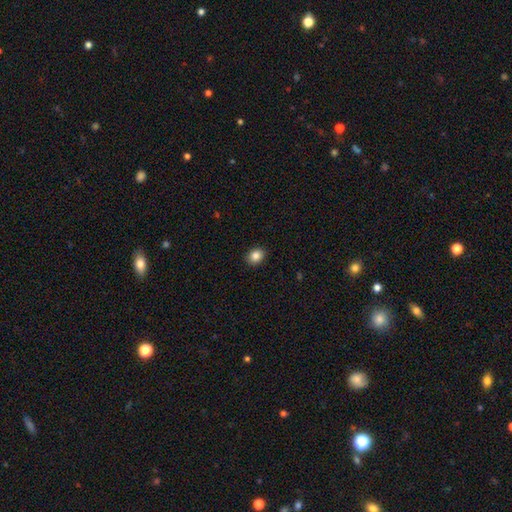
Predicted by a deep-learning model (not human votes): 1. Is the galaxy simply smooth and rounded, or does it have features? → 86% smooth, 9% star or artifact, 5% featured or disk.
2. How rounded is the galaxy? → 53% in between, 46% round, 1% cigar-shaped.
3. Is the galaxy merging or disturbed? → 91% none, 7% minor disturbance, 2% major disturbance, 1% merger.